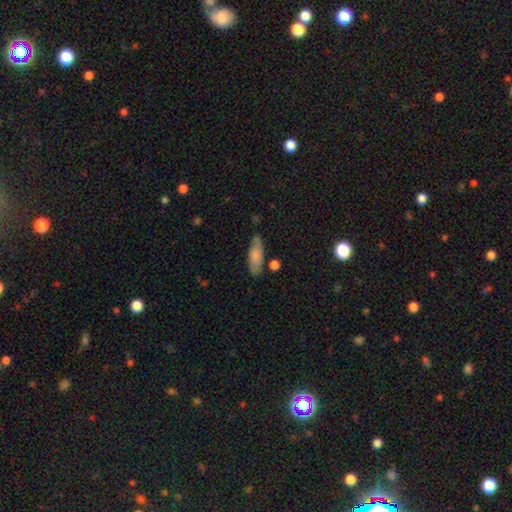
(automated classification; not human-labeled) Smooth or featured? smooth (76%)
How rounded? in between (66%)
Merging? none (71%)